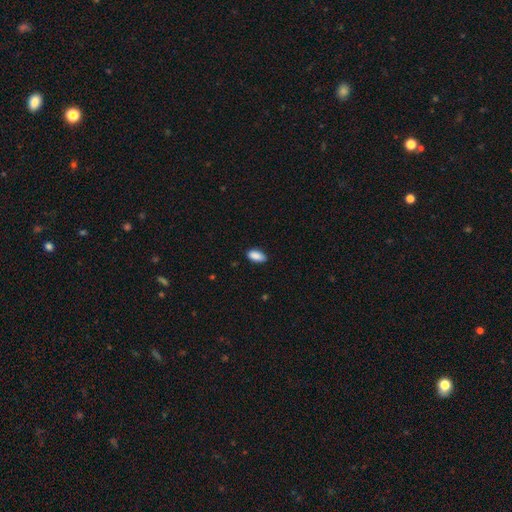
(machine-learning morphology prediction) smooth_or_featured: smooth (p=0.90) [alt: star or artifact p=0.07]
how_rounded: in between (p=0.92) [alt: cigar-shaped p=0.05]
merging: none (p=0.85) [alt: minor disturbance p=0.12]